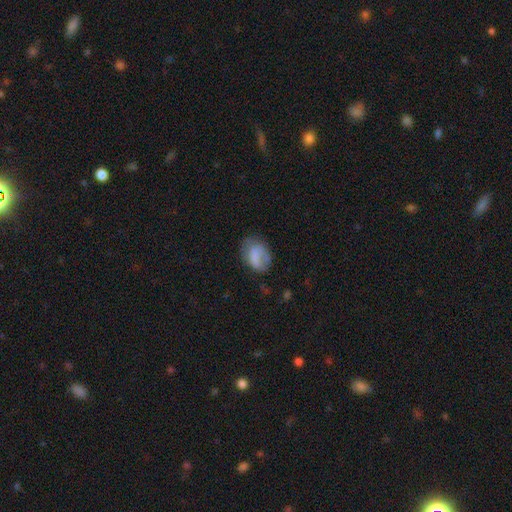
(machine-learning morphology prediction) smooth_or_featured: smooth (p=0.71) [alt: featured or disk p=0.20]
how_rounded: in between (p=0.74) [alt: round p=0.24]
merging: none (p=0.49) [alt: minor disturbance p=0.29]